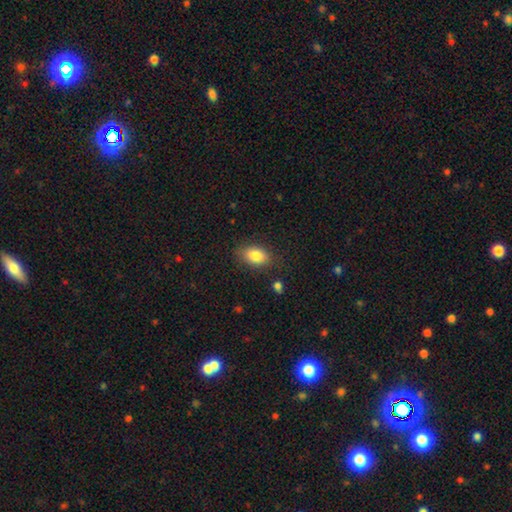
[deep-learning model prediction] This appears to be a smooth galaxy with no disk features (84%) that is in between round and cigar-shaped (85%). Merging: none (81%).